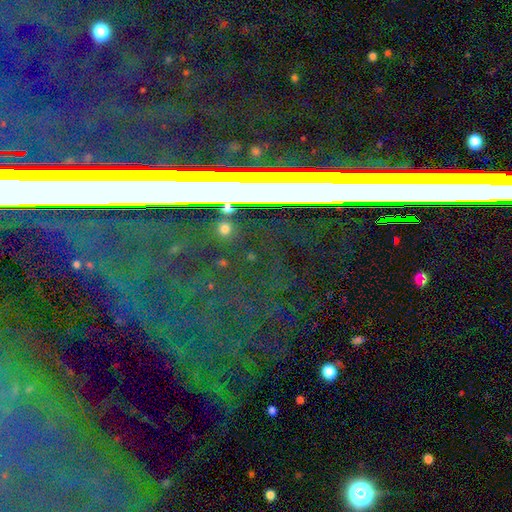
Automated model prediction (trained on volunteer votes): Smooth or featured? Predicted: star or artifact (p=0.66).